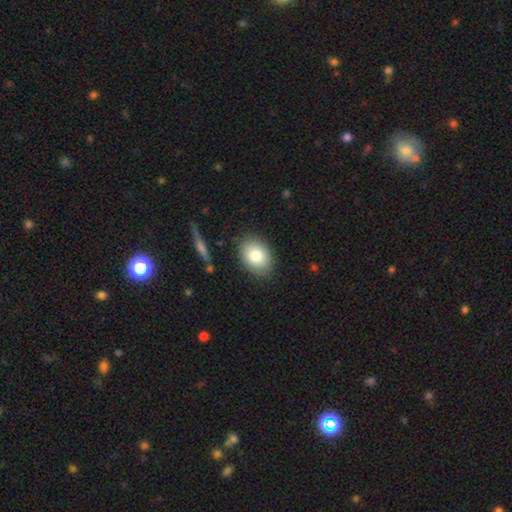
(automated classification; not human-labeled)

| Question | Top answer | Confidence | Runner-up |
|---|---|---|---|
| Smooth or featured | smooth | 80% | featured or disk (12%) |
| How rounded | in between | 71% | round (28%) |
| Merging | none | 86% | minor disturbance (10%) |